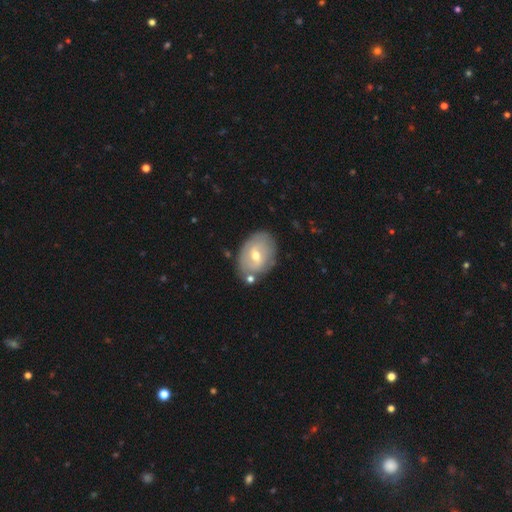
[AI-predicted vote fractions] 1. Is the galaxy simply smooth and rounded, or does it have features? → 51% featured or disk, 42% smooth, 7% star or artifact.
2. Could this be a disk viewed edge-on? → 93% no, 7% yes.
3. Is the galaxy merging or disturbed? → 72% none, 17% minor disturbance, 6% merger, 4% major disturbance.